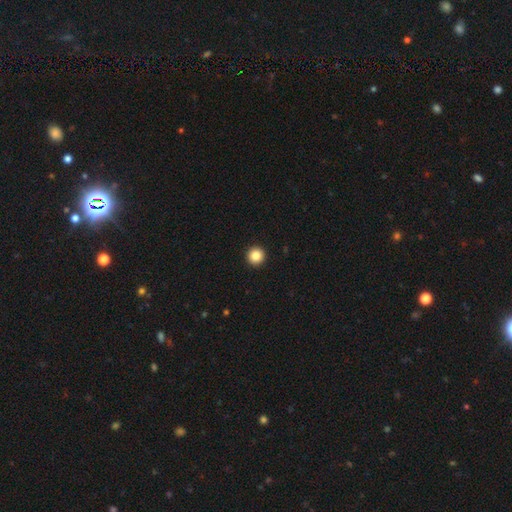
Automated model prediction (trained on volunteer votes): This appears to be a smooth galaxy with no disk features (85%) that is round (97%). Merging: none (94%).